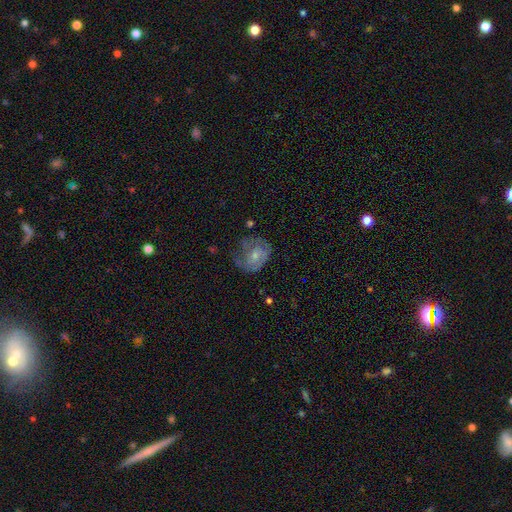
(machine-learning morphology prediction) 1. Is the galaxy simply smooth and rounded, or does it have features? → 51% featured or disk, 41% smooth, 8% star or artifact.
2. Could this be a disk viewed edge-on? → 97% no, 3% yes.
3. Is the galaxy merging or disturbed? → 39% none, 29% minor disturbance, 29% major disturbance, 2% merger.